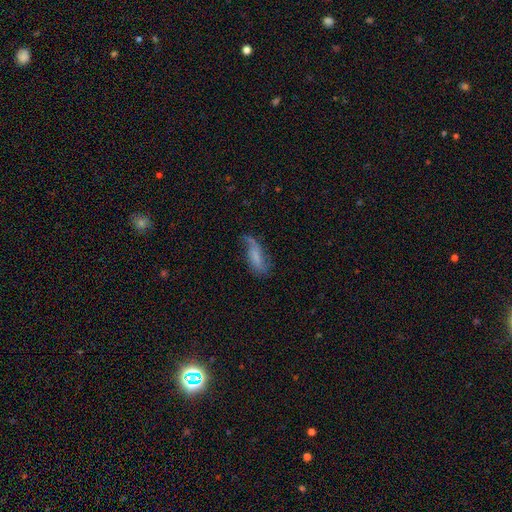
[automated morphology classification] Q: Smooth or featured?
A: featured or disk (48%); runner-up: smooth (43%)
Q: Merging?
A: none (42%); runner-up: minor disturbance (30%)